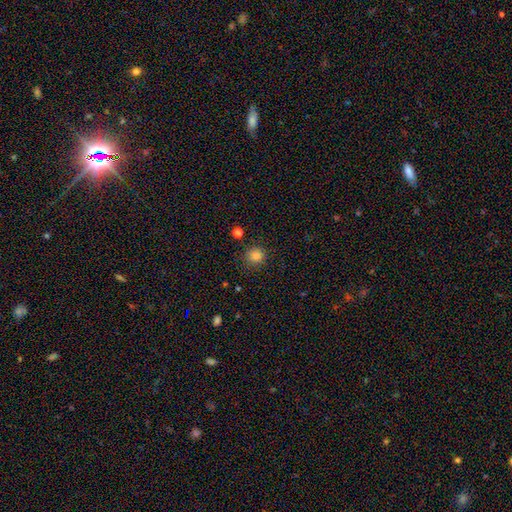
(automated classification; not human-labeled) This appears to be a smooth galaxy with no disk features (83%) that is round (89%). Merging: none (86%).